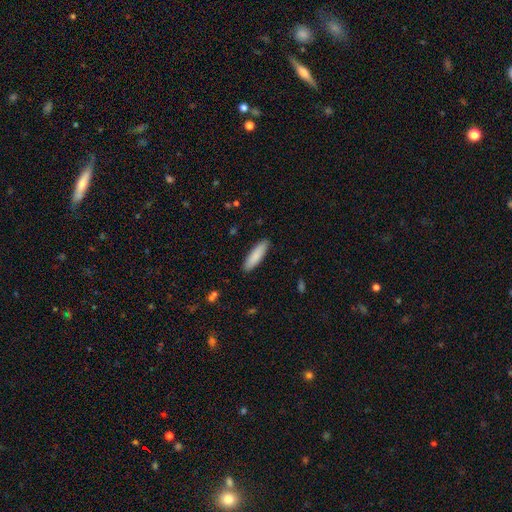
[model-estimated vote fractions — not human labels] Smooth or featured: smooth — 86% (featured or disk — 8%)
How rounded: cigar-shaped — 66% (in between — 33%)
Merging: none — 90% (minor disturbance — 8%)